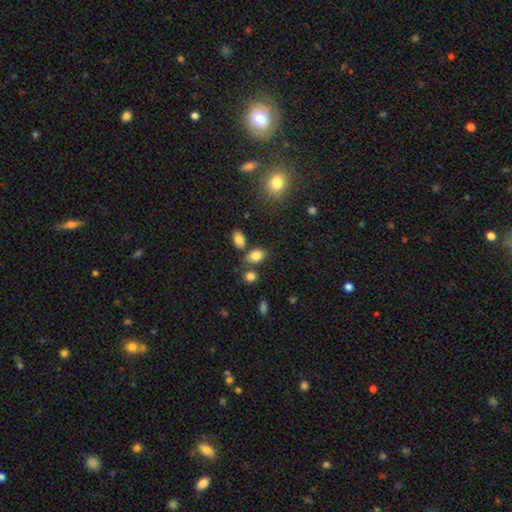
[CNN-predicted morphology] smooth-or-featured: smooth: 82% | star or artifact: 11% | featured or disk: 7%
  how-rounded: in between: 81% | round: 18% | cigar-shaped: 2%
  merging: none: 67% | merger: 15% | minor disturbance: 14% | major disturbance: 4%